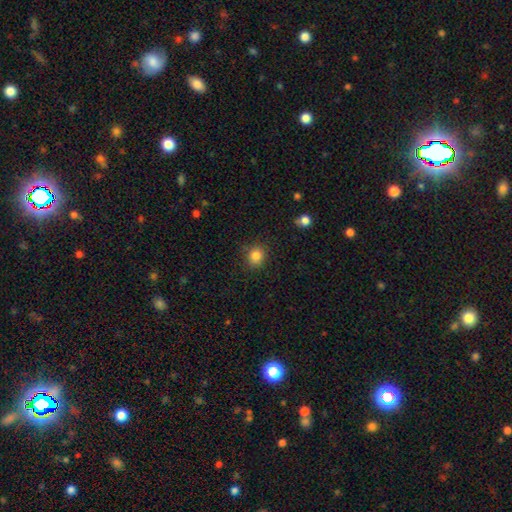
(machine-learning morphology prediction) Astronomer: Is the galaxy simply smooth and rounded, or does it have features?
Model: smooth — 84%.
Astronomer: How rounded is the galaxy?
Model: round — 75%.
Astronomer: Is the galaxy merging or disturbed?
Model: none — 85%.